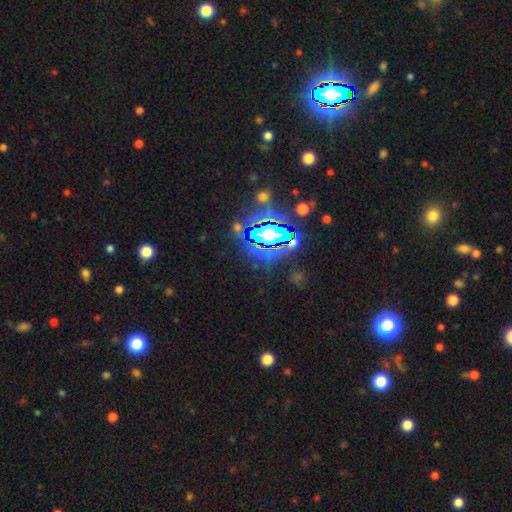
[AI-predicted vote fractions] smooth_or_featured: star or artifact (p=0.83) [alt: smooth p=0.10]